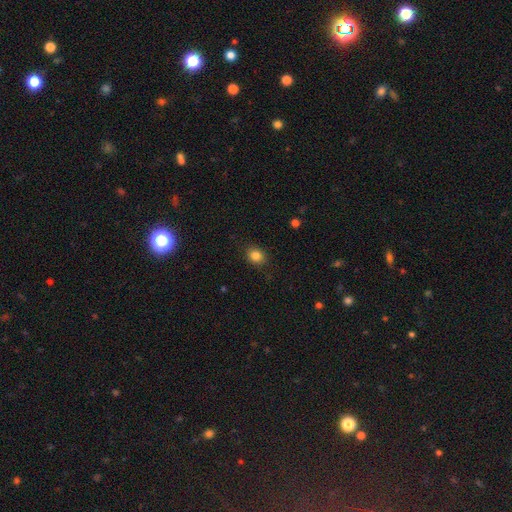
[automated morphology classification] This is clearly a smooth galaxy (84%). How rounded: likely round (62%). Merging: clearly none (86%).